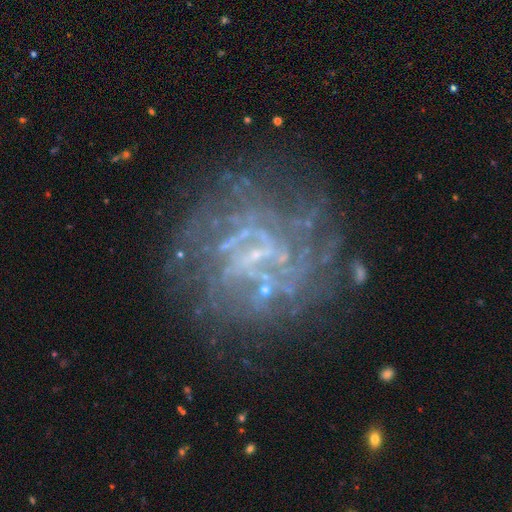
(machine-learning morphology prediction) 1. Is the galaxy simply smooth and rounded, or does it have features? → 75% featured or disk, 14% star or artifact, 11% smooth.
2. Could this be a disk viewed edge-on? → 98% no, 2% yes.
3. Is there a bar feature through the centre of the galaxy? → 48% no, 38% weak, 14% strong.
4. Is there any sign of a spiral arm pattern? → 60% yes, 40% no.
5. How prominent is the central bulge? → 47% small, 43% none, 8% moderate, 1% large, 1% dominant.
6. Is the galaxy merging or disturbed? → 64% none, 17% major disturbance, 15% minor disturbance, 4% merger.